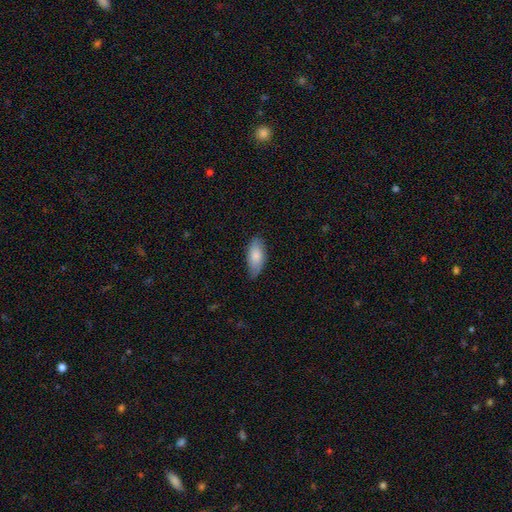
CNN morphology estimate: Smooth or featured? smooth (81%)
How rounded? in between (87%)
Merging? none (75%)